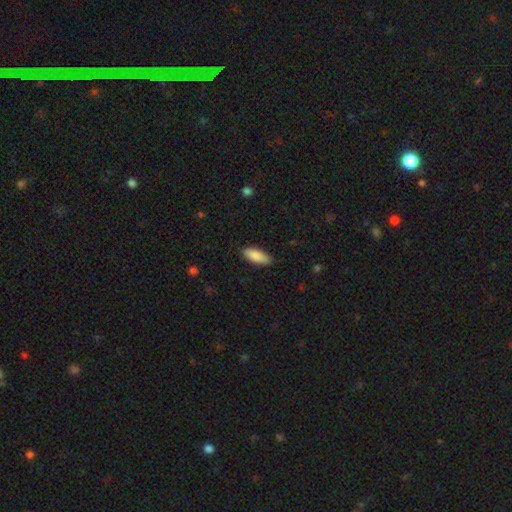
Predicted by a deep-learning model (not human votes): Q: Smooth or featured?
A: smooth (87%); runner-up: featured or disk (7%)
Q: How rounded?
A: in between (80%); runner-up: cigar-shaped (19%)
Q: Merging?
A: none (84%); runner-up: minor disturbance (13%)